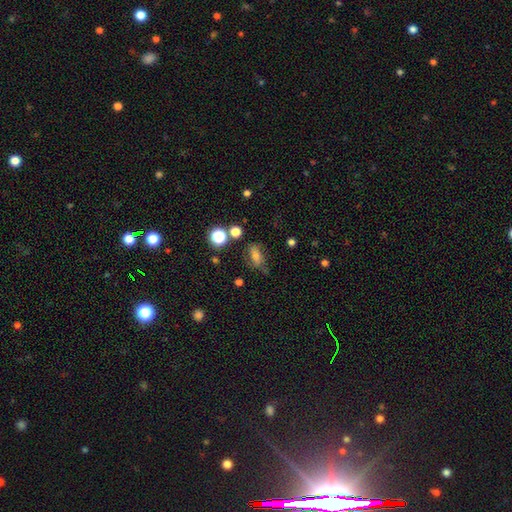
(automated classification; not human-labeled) Smooth or featured? Predicted: smooth (p=0.55). How rounded? Predicted: in between (p=0.71). Merging? Predicted: none (p=0.57).